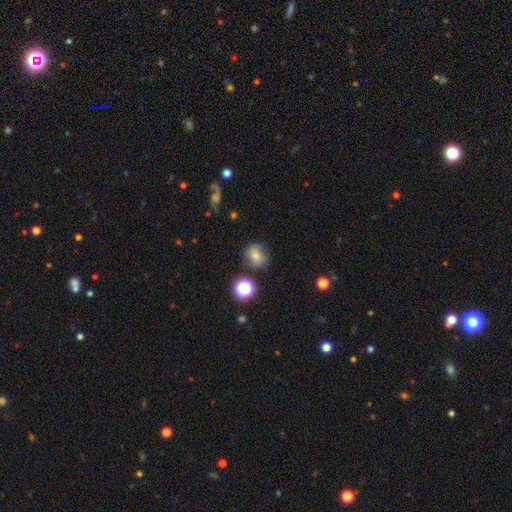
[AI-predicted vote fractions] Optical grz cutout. It shows a smooth galaxy with no disk features (72%) that is round (61%). Merging: none (75%).